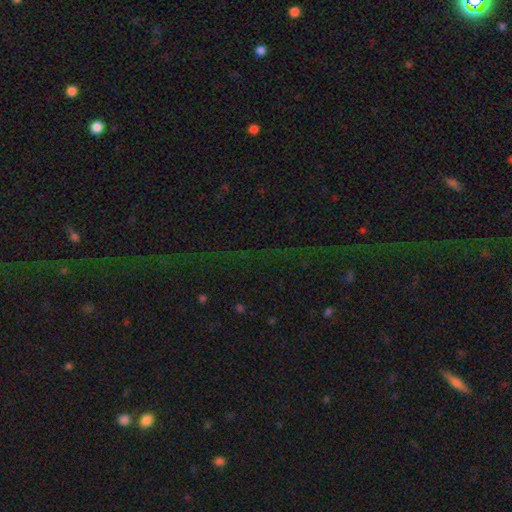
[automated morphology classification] star or artifact 72%, smooth 15%, featured or disk 13%.